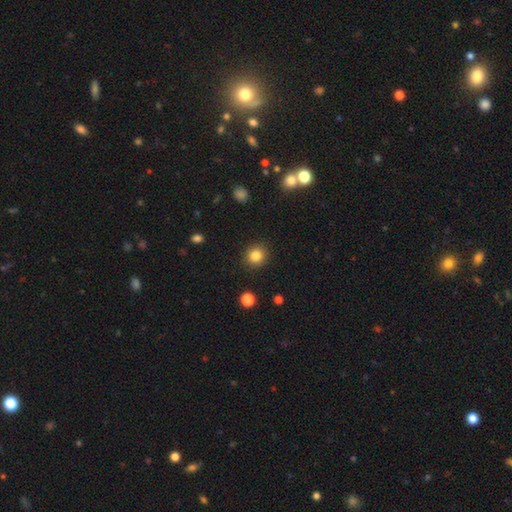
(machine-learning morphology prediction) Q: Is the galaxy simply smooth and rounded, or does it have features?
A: smooth — 84%.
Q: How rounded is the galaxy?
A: round — 89%.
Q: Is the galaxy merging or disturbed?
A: none — 90%.